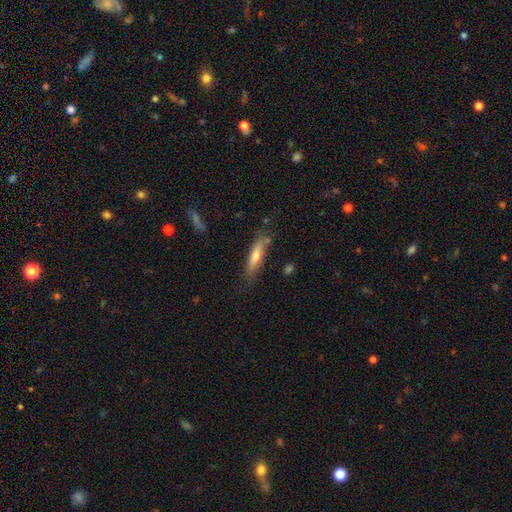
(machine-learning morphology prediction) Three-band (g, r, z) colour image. It shows a smooth galaxy with no disk features (59%) that is cigar-shaped (79%). Merging: none (73%).